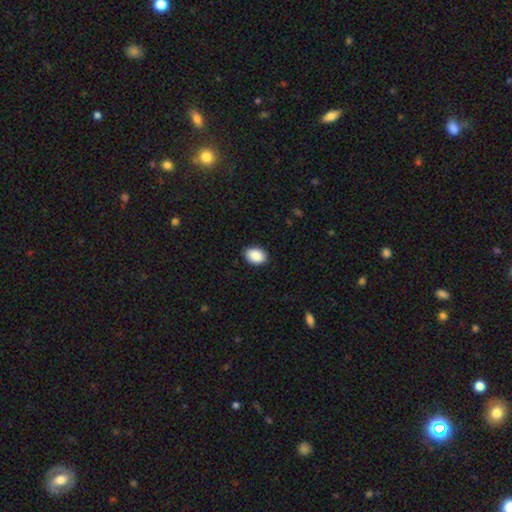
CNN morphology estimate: Smooth or featured? smooth (90%)
How rounded? in between (79%)
Merging? none (90%)